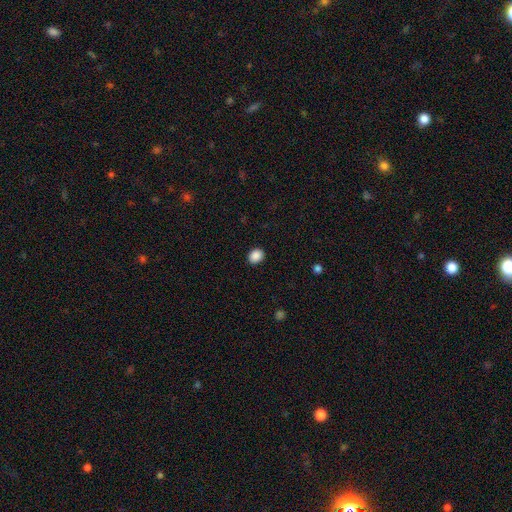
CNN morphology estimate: The model was most divided on "how rounded": in between: 54%, round: 45%, cigar-shaped: 1%. More confident: merging — none (90%); smooth or featured — smooth (89%).